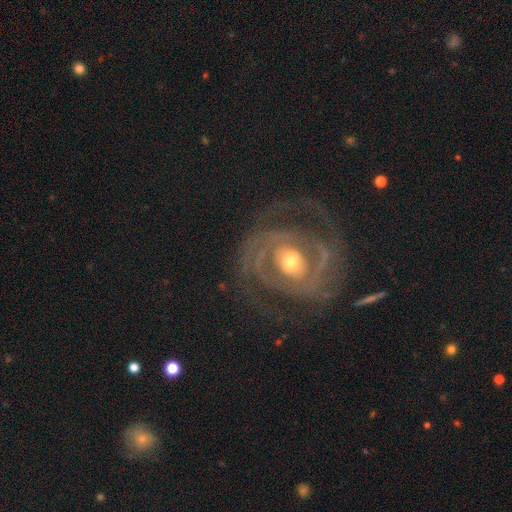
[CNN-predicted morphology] Smooth or featured: featured or disk — 89% (star or artifact — 6%)
Edge-on disk: no — 97% (yes — 3%)
Bar: no — 43% (weak — 34%)
Spiral arms: yes — 95% (no — 5%)
Spiral winding: tight — 57% (medium — 34%)
Spiral arm count: 2 — 59% (can't tell — 14%)
Bulge size: moderate — 62% (small — 32%)
Merging: none — 72% (minor disturbance — 15%)